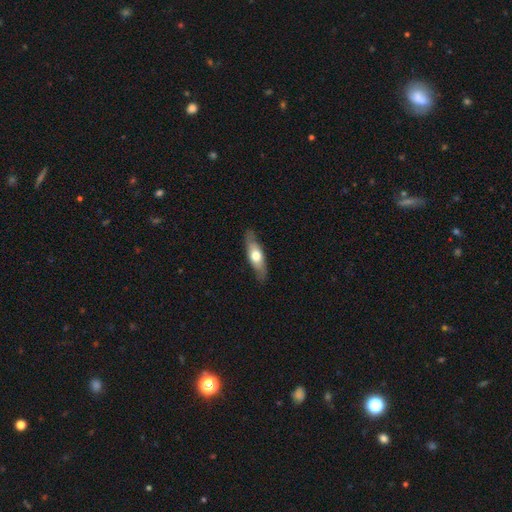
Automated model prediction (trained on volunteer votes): smooth-or-featured: smooth: 52% | featured or disk: 43% | star or artifact: 5%
  how-rounded: in between: 49% | cigar-shaped: 48% | round: 3%
  merging: none: 82% | minor disturbance: 14% | major disturbance: 3% | merger: 1%